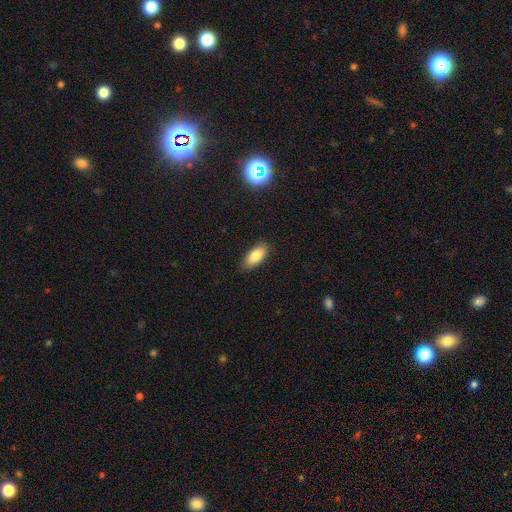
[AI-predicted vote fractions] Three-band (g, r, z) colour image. It shows a smooth galaxy with no disk features (83%) that is in between round and cigar-shaped (86%). Merging: none (86%).